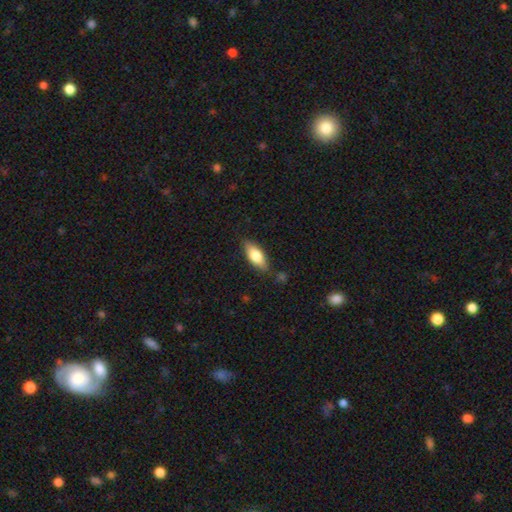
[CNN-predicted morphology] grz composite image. It shows a smooth galaxy with no disk features (74%) that is in between round and cigar-shaped (78%). Merging: none (81%).